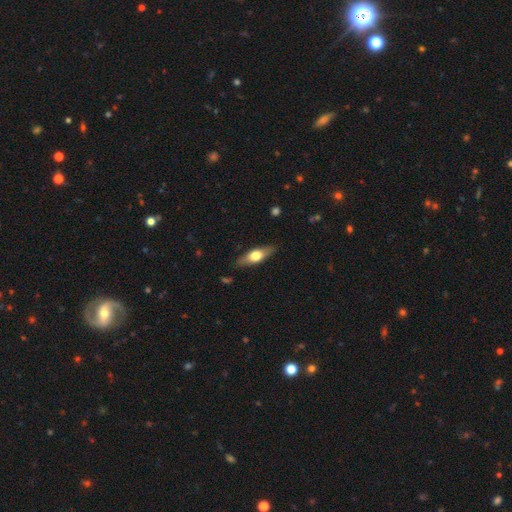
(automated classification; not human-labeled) Overall: smooth (51%; featured or disk 44%). How rounded: in between (58%; cigar-shaped 38%). Merging: none (85%).